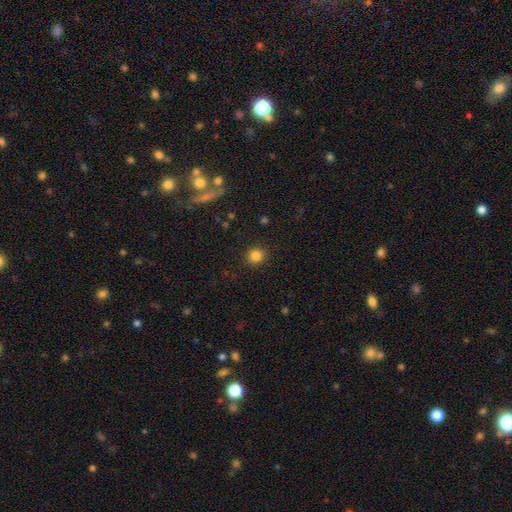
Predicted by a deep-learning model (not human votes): smooth-or-featured: smooth: 84% | star or artifact: 12% | featured or disk: 4%
  how-rounded: round: 91% | in between: 8% | cigar-shaped: 1%
  merging: none: 91% | minor disturbance: 6% | major disturbance: 2% | merger: 1%